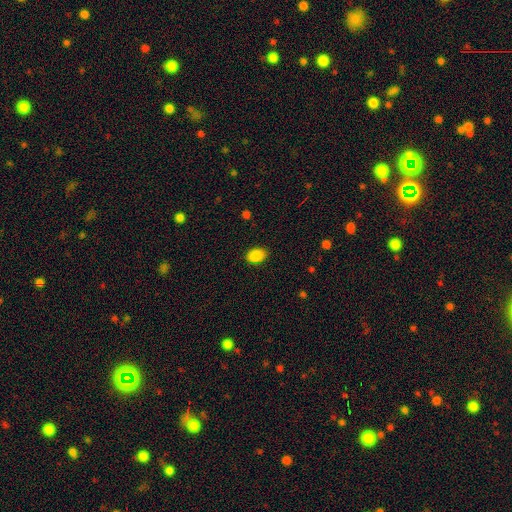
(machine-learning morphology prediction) This is clearly a smooth galaxy (88%). How rounded: likely in between (79%). Merging: clearly none (86%).